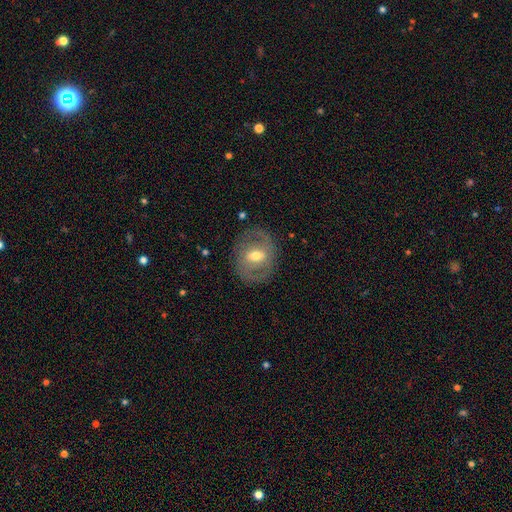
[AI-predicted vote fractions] Overall: featured or disk (60%; smooth 34%). Edge-on disk: no (93%). Bar: weak (48%; strong 29%). Spiral arms: no (52%; yes 48%). Bulge size: moderate (71%). Merging: none (79%).